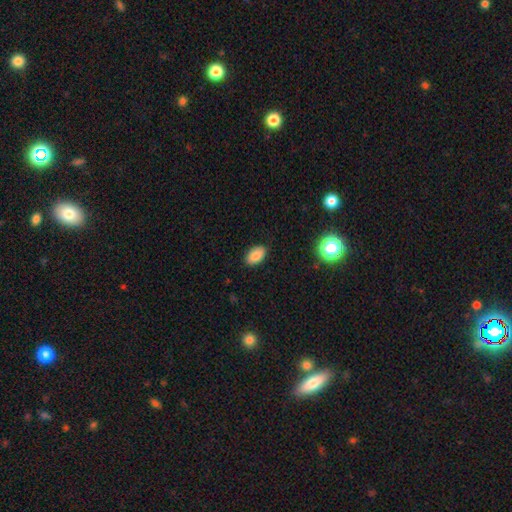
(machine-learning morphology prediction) Smooth or featured? Predicted: smooth (p=0.85). How rounded? Predicted: in between (p=0.93). Merging? Predicted: none (p=0.87).